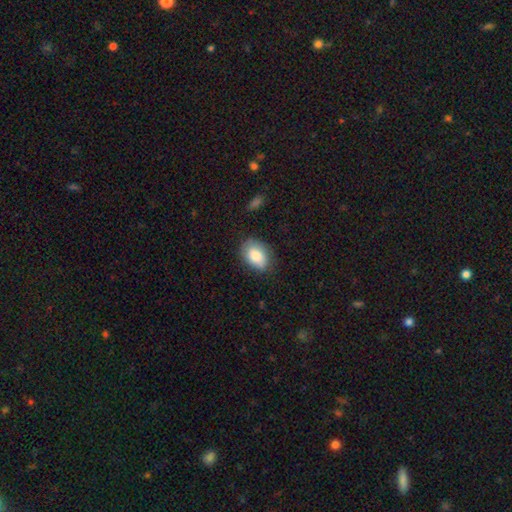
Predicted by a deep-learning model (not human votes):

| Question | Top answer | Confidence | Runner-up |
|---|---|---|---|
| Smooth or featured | smooth | 82% | featured or disk (11%) |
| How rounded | in between | 81% | round (18%) |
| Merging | none | 74% | minor disturbance (20%) |